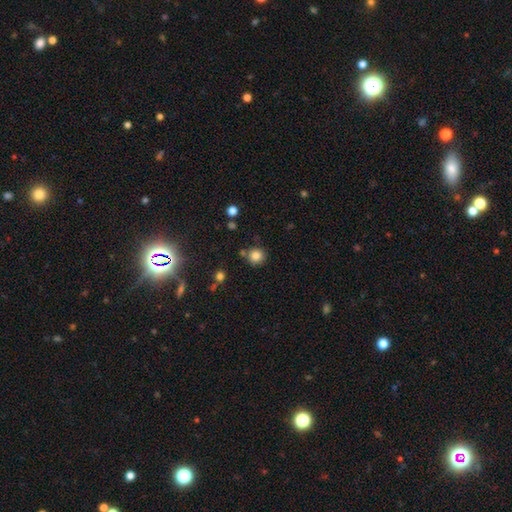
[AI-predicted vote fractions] Smooth or featured? smooth (82%)
How rounded? round (92%)
Merging? none (79%)